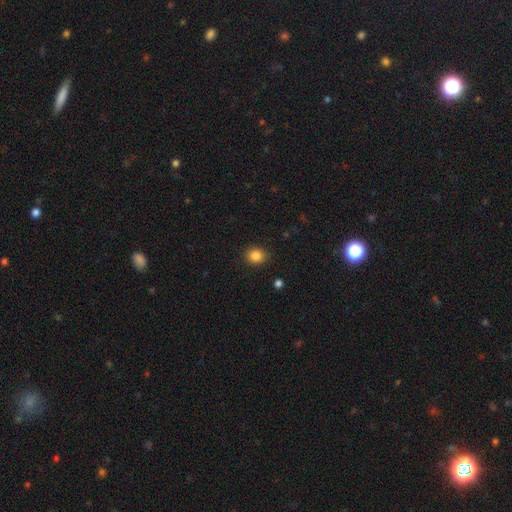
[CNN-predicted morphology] Smooth or featured?
  - smooth: 85% *
  - star or artifact: 10%
  - featured or disk: 4%
How rounded?
  - round: 75% *
  - in between: 24%
  - cigar-shaped: 1%
Merging?
  - none: 89% *
  - minor disturbance: 8%
  - major disturbance: 2%
  - merger: 1%